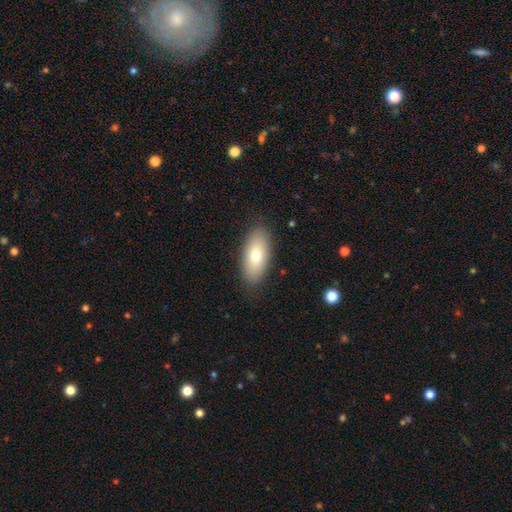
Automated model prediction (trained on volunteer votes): smooth-or-featured: smooth: 73% | featured or disk: 19% | star or artifact: 7%
  how-rounded: in between: 87% | cigar-shaped: 10% | round: 3%
  merging: none: 87% | minor disturbance: 10% | major disturbance: 3% | merger: 1%